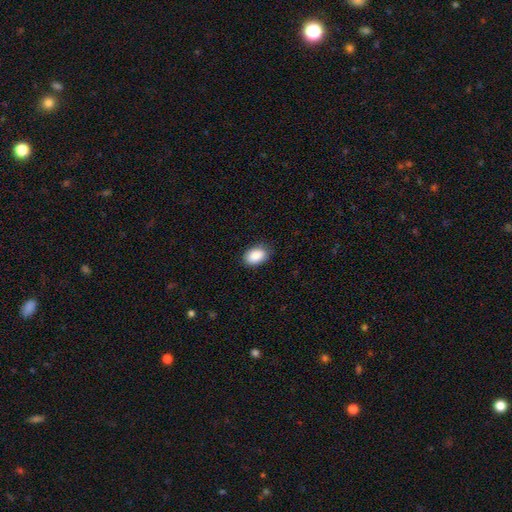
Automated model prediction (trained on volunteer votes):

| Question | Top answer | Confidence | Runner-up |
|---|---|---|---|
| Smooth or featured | smooth | 90% | star or artifact (7%) |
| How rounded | in between | 87% | round (12%) |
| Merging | none | 85% | minor disturbance (12%) |